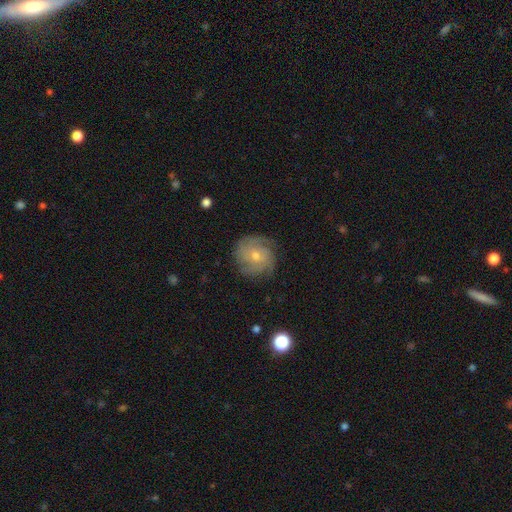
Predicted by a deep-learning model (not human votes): smooth-or-featured: featured or disk: 70% | smooth: 21% | star or artifact: 9%
  disk-edge-on: no: 97% | yes: 3%
    bar: no: 77% | weak: 20% | strong: 3%
    has-spiral-arms: yes: 92% | no: 8%
      spiral-winding: tight: 62% | medium: 29% | loose: 9%
      spiral-arm-count: can't tell: 33% | 3: 26% | 2: 16% | 4: 12% | more than 4: 6% | 1: 6%
    bulge-size: small: 52% | moderate: 44% | large: 1% | none: 1% | dominant: 1%
  merging: none: 80% | minor disturbance: 14% | major disturbance: 5% | merger: 1%